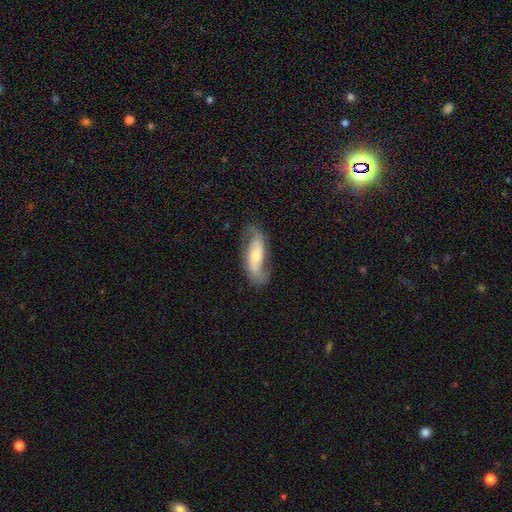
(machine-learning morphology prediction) Smooth or featured? Predicted: featured or disk (p=0.72). Edge-on disk? Predicted: no (p=0.89). Bar? Predicted: no (p=0.49). Spiral arms? Predicted: yes (p=0.88). Spiral winding? Predicted: loose (p=0.49). Spiral arm count? Predicted: 2 (p=0.87). Bulge size? Predicted: moderate (p=0.50). Merging? Predicted: none (p=0.72).